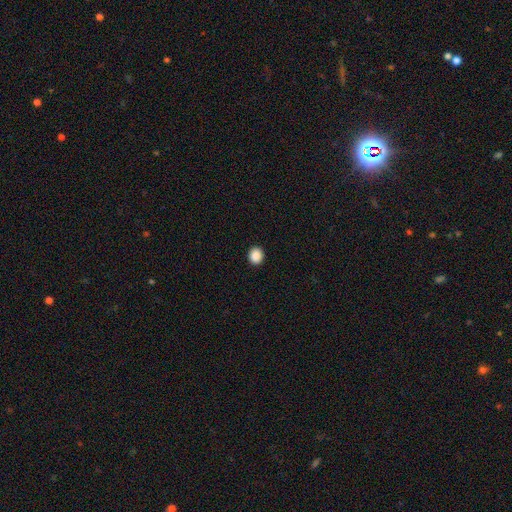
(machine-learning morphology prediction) Smooth or featured? Predicted: smooth (p=0.89). How rounded? Predicted: round (p=0.79). Merging? Predicted: none (p=0.93).